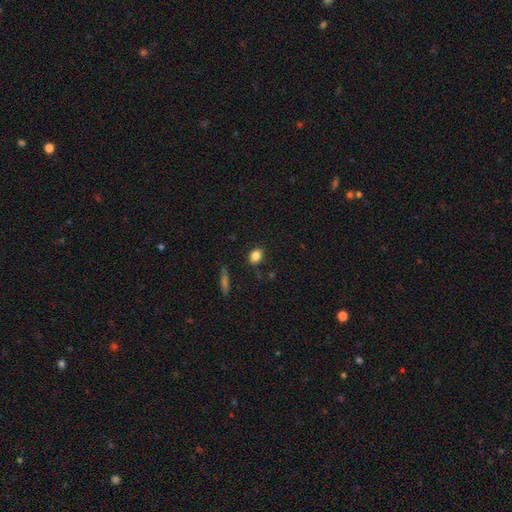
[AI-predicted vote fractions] A smooth galaxy with no disk features (84%) that is in between round and cigar-shaped (59%). Merging: none (85%).